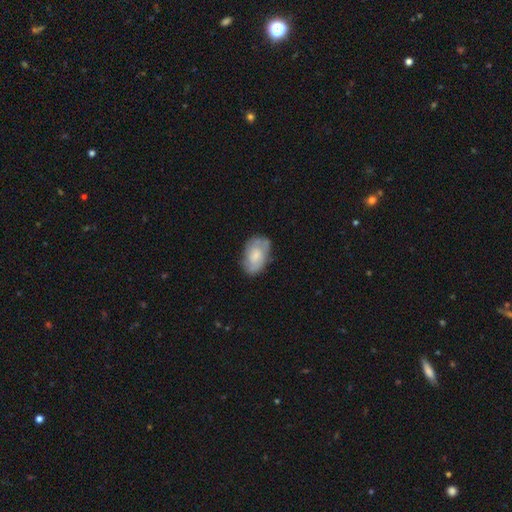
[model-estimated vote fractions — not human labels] This appears to be a smooth galaxy with no disk features (53%) that is in between round and cigar-shaped (90%). Merging: none (69%).